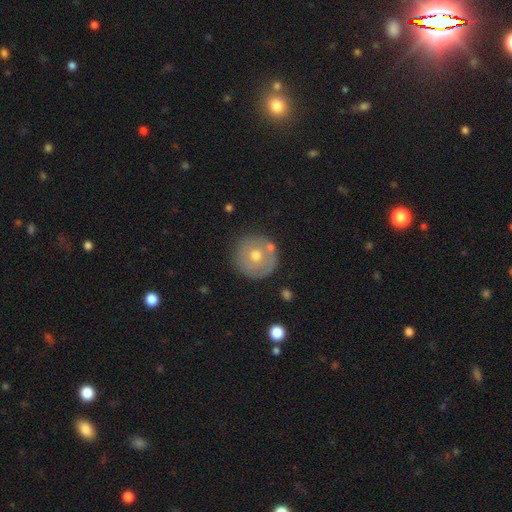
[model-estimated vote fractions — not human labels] A smooth galaxy with no disk features (55%) that is round (95%). Merging: none (78%).